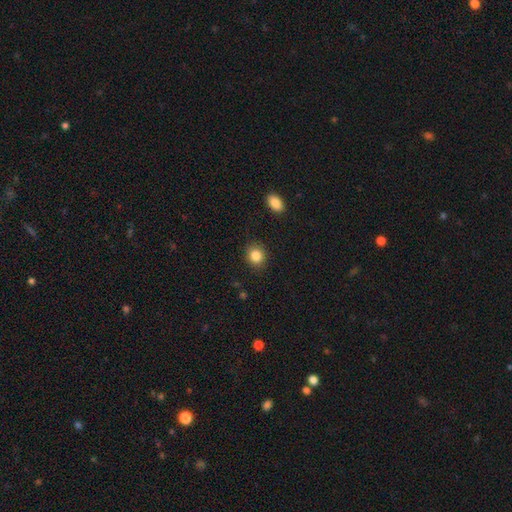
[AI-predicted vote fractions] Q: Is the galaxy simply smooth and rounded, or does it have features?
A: smooth — 86%.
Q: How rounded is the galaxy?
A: round — 75%.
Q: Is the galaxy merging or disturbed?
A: none — 88%.